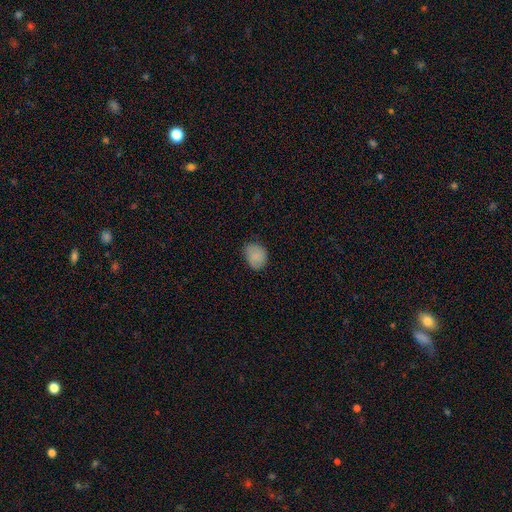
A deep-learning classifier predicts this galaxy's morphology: Smooth or featured? Predicted: smooth (p=0.85). How rounded? Predicted: round (p=0.51). Merging? Predicted: none (p=0.70).